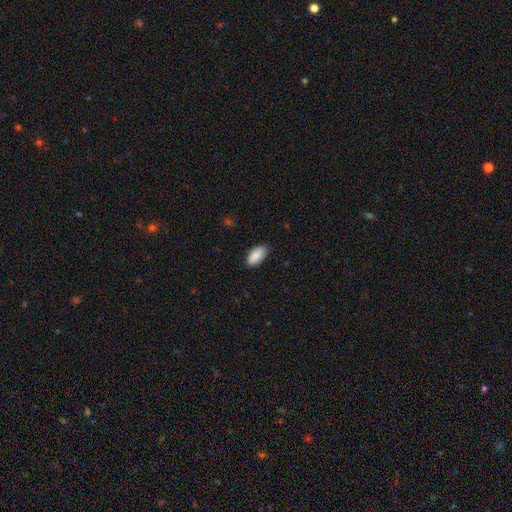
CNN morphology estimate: Smooth or featured?
  - smooth: 89% *
  - star or artifact: 6%
  - featured or disk: 5%
How rounded?
  - in between: 93% *
  - cigar-shaped: 5%
  - round: 2%
Merging?
  - none: 86% *
  - minor disturbance: 11%
  - major disturbance: 2%
  - merger: 1%